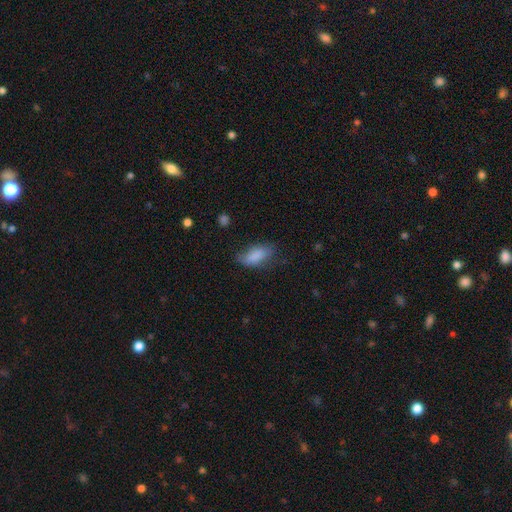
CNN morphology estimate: Q: Smooth or featured?
A: smooth (84%); runner-up: featured or disk (8%)
Q: How rounded?
A: in between (86%); runner-up: cigar-shaped (11%)
Q: Merging?
A: none (60%); runner-up: minor disturbance (28%)